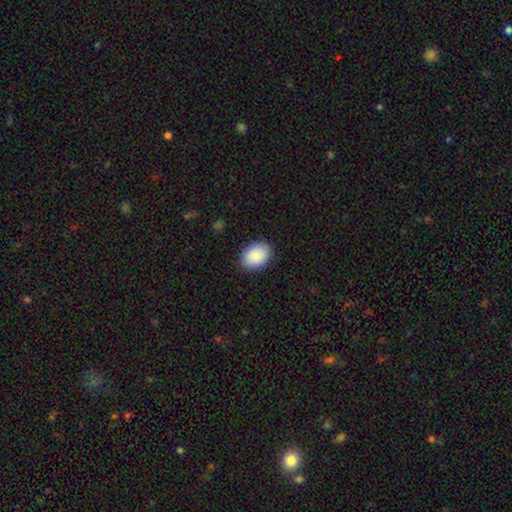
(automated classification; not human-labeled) Smooth or featured?
  - smooth: 88% *
  - star or artifact: 6%
  - featured or disk: 6%
How rounded?
  - in between: 74% *
  - round: 26%
  - cigar-shaped: 1%
Merging?
  - none: 88% *
  - minor disturbance: 9%
  - major disturbance: 2%
  - merger: 1%